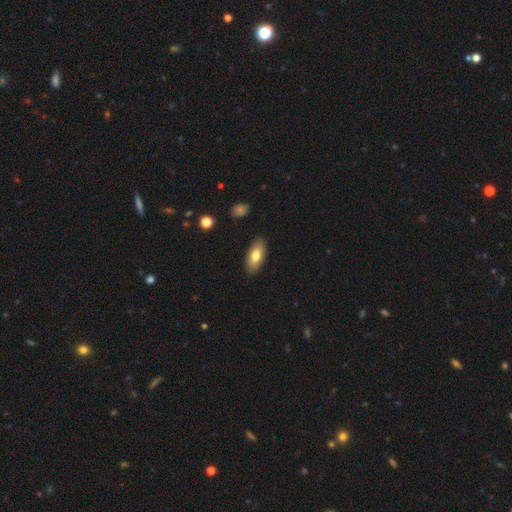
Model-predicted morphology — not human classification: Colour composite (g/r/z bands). It shows a smooth galaxy with no disk features (77%) that is in between round and cigar-shaped (86%). Merging: none (87%).